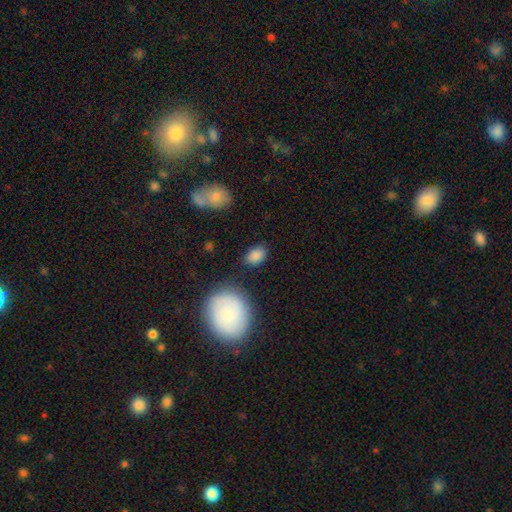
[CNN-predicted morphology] This appears to be a smooth galaxy with no disk features (86%) that is in between round and cigar-shaped (85%). Merging: none (79%).